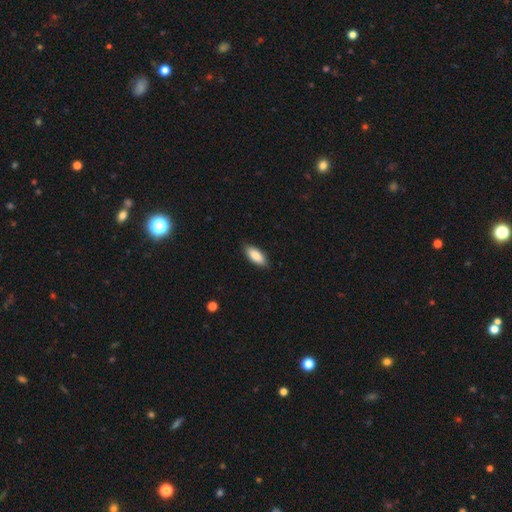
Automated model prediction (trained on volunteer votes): Overall: smooth (87%). How rounded: in between (83%). Merging: none (85%).